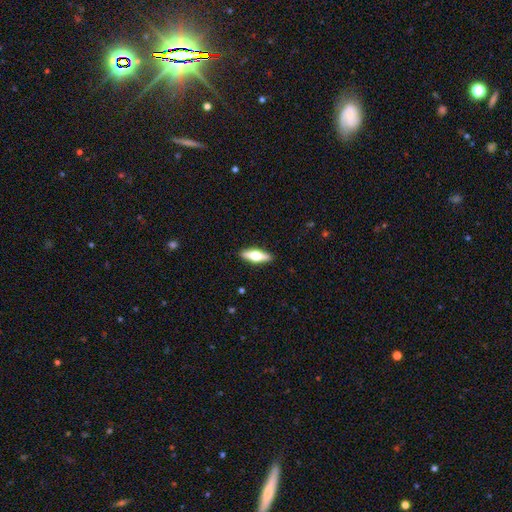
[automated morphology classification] The model was most divided on "smooth or featured" (2-way tie): featured or disk: 47%, smooth: 47%, star or artifact: 6%. More confident: merging — none (90%).